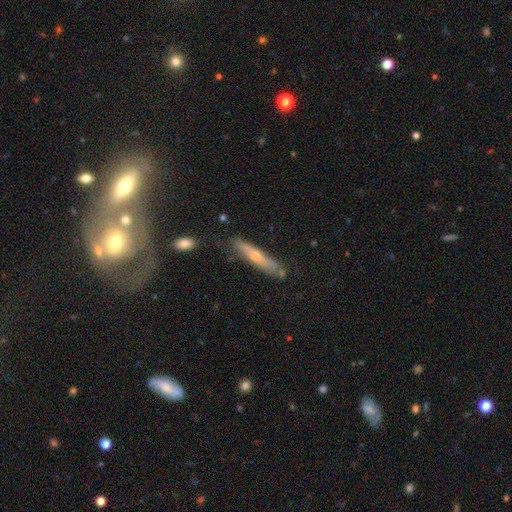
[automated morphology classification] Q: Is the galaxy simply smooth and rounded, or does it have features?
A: smooth — 54%.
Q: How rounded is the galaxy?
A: cigar-shaped — 89%.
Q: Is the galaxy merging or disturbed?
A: none — 69%.